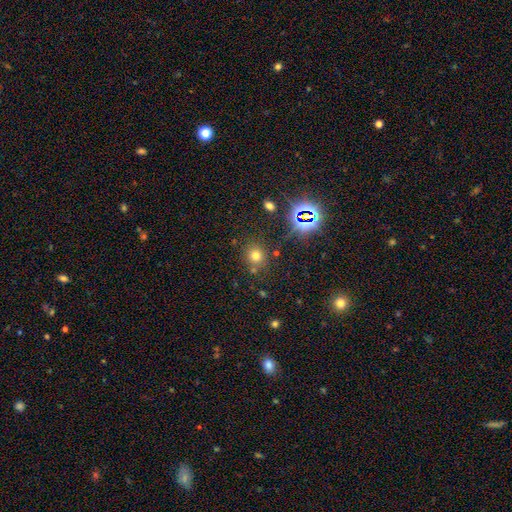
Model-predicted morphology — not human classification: Q: Smooth or featured?
A: smooth (67%); runner-up: star or artifact (24%)
Q: How rounded?
A: round (86%); runner-up: in between (13%)
Q: Merging?
A: none (76%); runner-up: minor disturbance (11%)